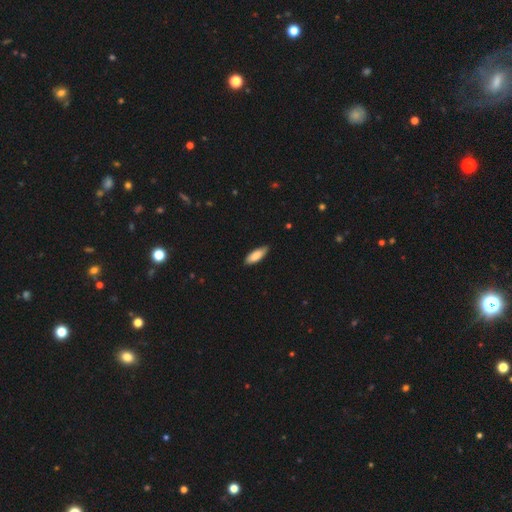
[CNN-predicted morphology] This appears to be a smooth galaxy with no disk features (85%) that is in between round and cigar-shaped (68%). Merging: none (82%).